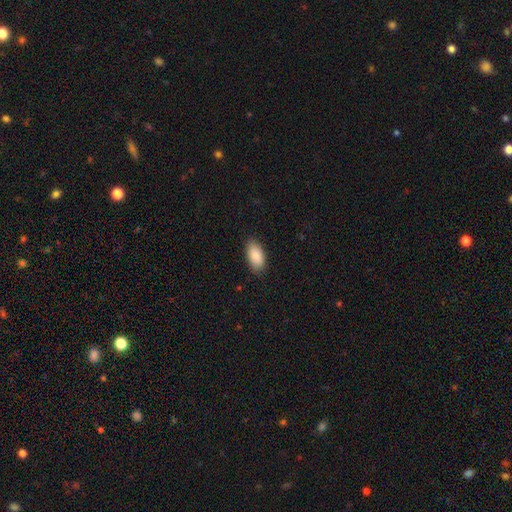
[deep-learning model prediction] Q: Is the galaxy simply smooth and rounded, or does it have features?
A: smooth — 88%.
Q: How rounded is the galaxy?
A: in between — 94%.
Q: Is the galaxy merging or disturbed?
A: none — 84%.